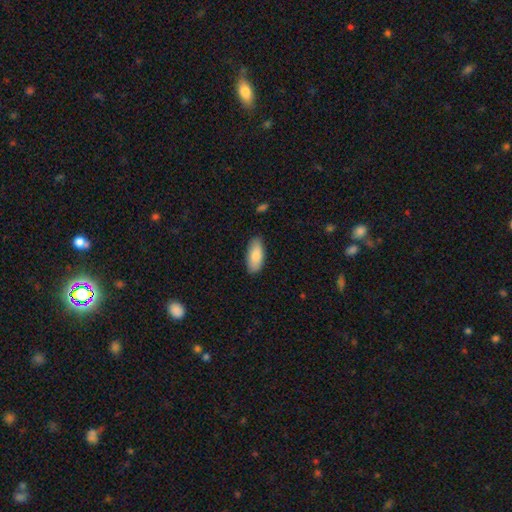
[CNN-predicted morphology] smooth_or_featured: smooth (p=0.84) [alt: featured or disk p=0.10]
how_rounded: in between (p=0.86) [alt: cigar-shaped p=0.12]
merging: none (p=0.85) [alt: minor disturbance p=0.12]